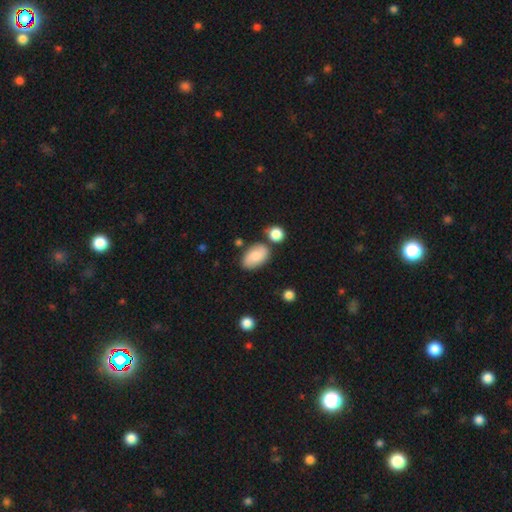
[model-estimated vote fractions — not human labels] smooth 75%, featured or disk 18%, star or artifact 7%. Down the decision tree: how rounded — in between (91%); merging — none (67%).